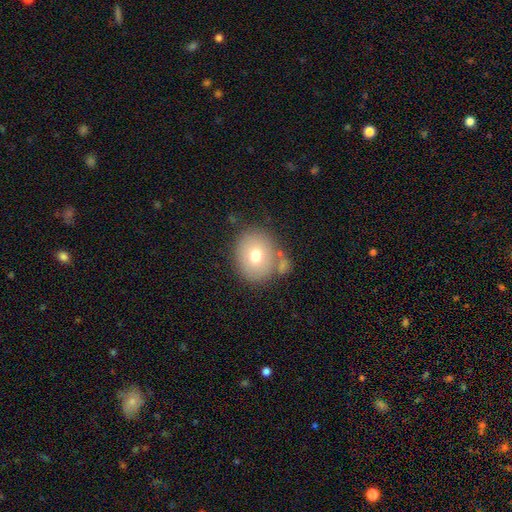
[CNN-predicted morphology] Q: Smooth or featured?
A: smooth (71%); runner-up: featured or disk (19%)
Q: How rounded?
A: round (62%); runner-up: in between (37%)
Q: Merging?
A: none (68%); runner-up: minor disturbance (15%)